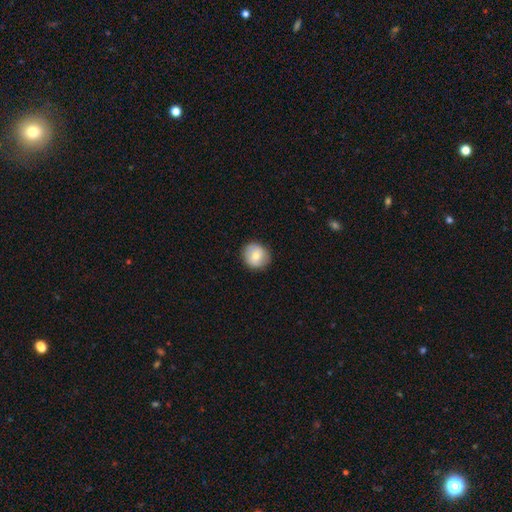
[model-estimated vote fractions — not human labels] Smooth or featured?
  - smooth: 71% *
  - featured or disk: 21%
  - star or artifact: 8%
How rounded?
  - round: 90% *
  - in between: 10%
  - cigar-shaped: 1%
Merging?
  - none: 87% *
  - minor disturbance: 10%
  - major disturbance: 2%
  - merger: 1%